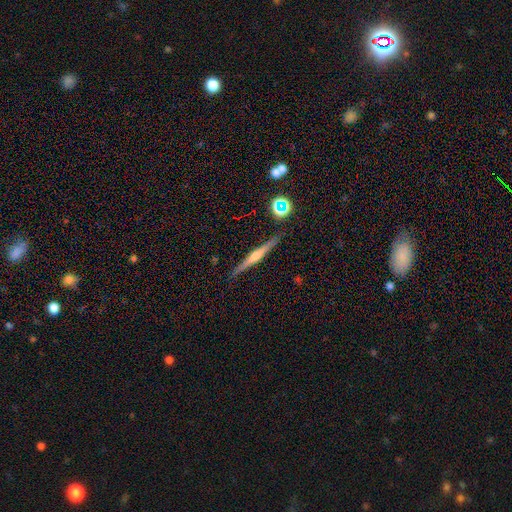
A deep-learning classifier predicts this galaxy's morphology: This appears to be a featured or disk galaxy (70%) viewed edge-on (98%) with a rounded central bulge (78%). Merging: none (90%).